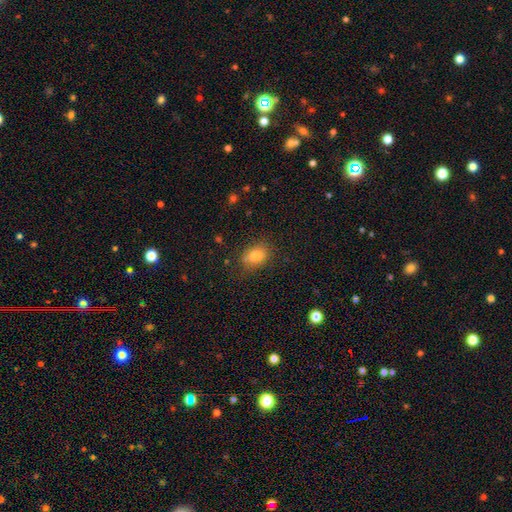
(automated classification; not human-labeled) Q: Smooth or featured?
A: smooth (81%); runner-up: star or artifact (11%)
Q: How rounded?
A: in between (71%); runner-up: round (27%)
Q: Merging?
A: none (73%); runner-up: minor disturbance (18%)